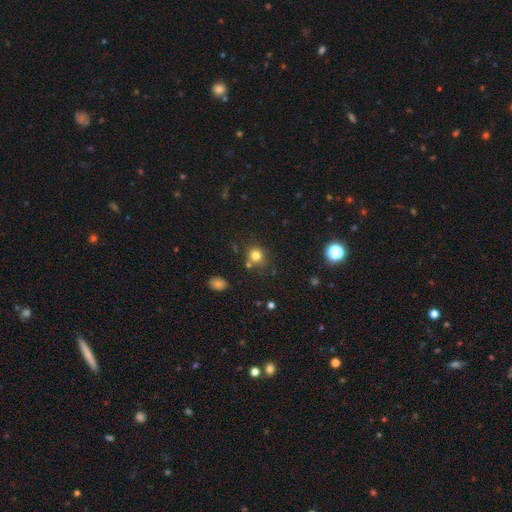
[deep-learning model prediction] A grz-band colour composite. It shows a smooth galaxy with no disk features (79%) that is round (79%). Merging: none (73%).